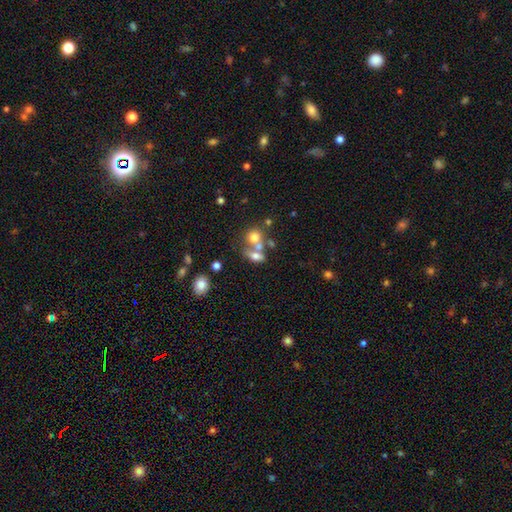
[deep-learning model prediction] The model was most divided on "merging": merger: 49%, none: 34%, minor disturbance: 10%, major disturbance: 7%. More confident: smooth or featured — smooth (63%); how rounded — in between (62%).